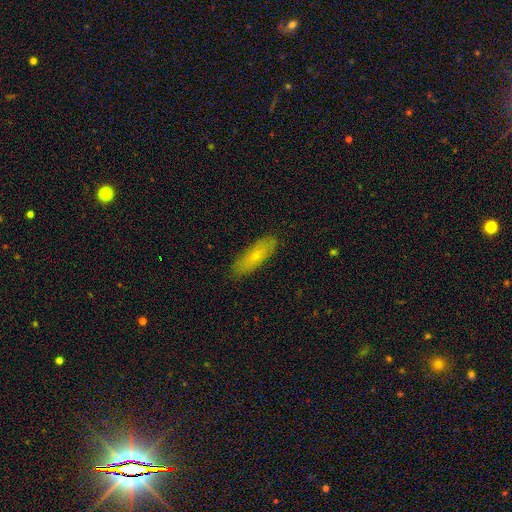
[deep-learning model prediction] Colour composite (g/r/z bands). It shows a smooth galaxy with no disk features (59%) that is cigar-shaped (50%). Merging: none (87%).